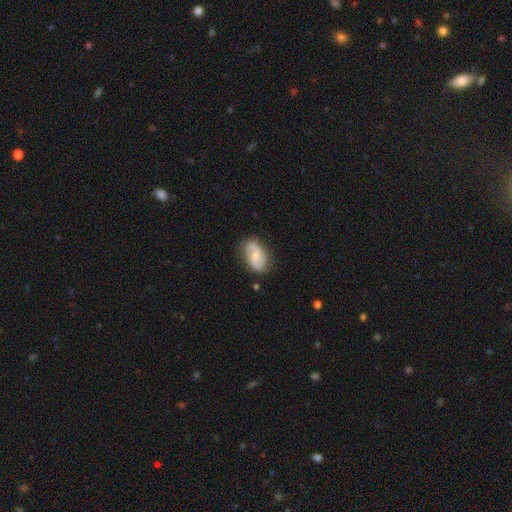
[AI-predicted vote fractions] This appears to be a featured or disk galaxy (59%) with no bar (58%), spiral arms (87%) and a moderate central bulge (52%). Merging: none (77%).